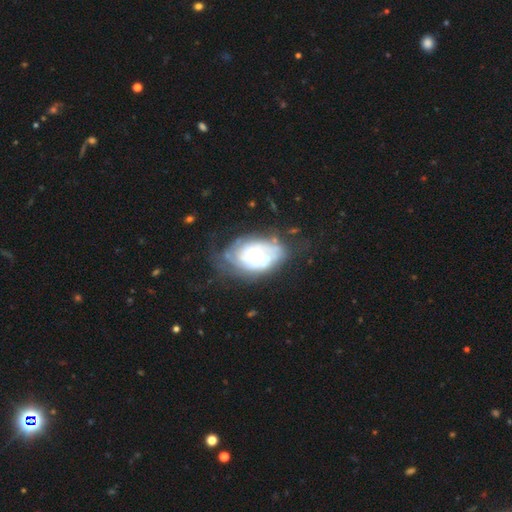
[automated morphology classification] Smooth or featured?
  - featured or disk: 71% *
  - smooth: 22%
  - star or artifact: 7%
Edge-on disk?
  - no: 96% *
  - yes: 4%
Bar?
  - no: 80% *
  - weak: 16%
  - strong: 4%
Spiral arms?
  - yes: 61% *
  - no: 39%
Bulge size?
  - small: 44% *
  - moderate: 38%
  - large: 9%
  - none: 7%
  - dominant: 2%
Merging?
  - none: 43% *
  - minor disturbance: 28%
  - major disturbance: 21%
  - merger: 8%